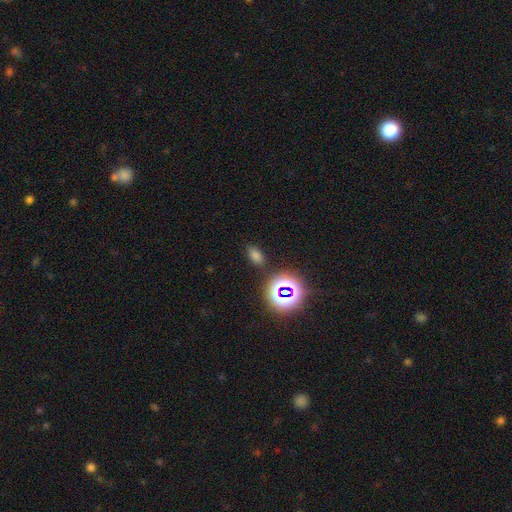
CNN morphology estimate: Smooth or featured? Predicted: smooth (p=0.69). How rounded? Predicted: in between (p=0.85). Merging? Predicted: none (p=0.82).